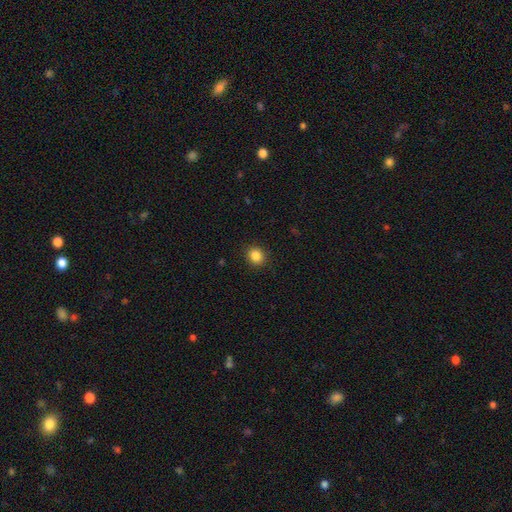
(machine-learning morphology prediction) Smooth or featured: smooth — 85% (star or artifact — 11%)
How rounded: round — 74% (in between — 25%)
Merging: none — 90% (minor disturbance — 7%)